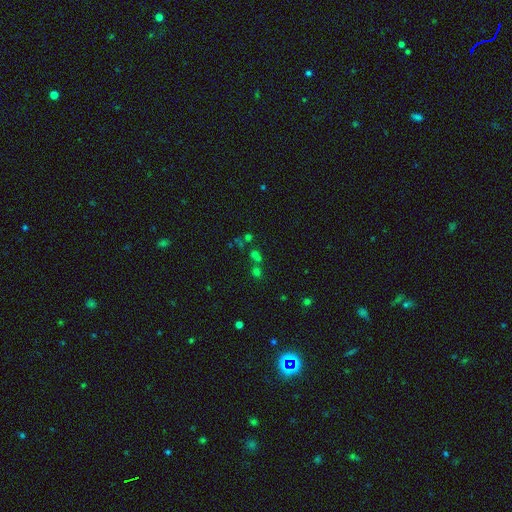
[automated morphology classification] Q: Smooth or featured?
A: star or artifact (47%); runner-up: smooth (39%)